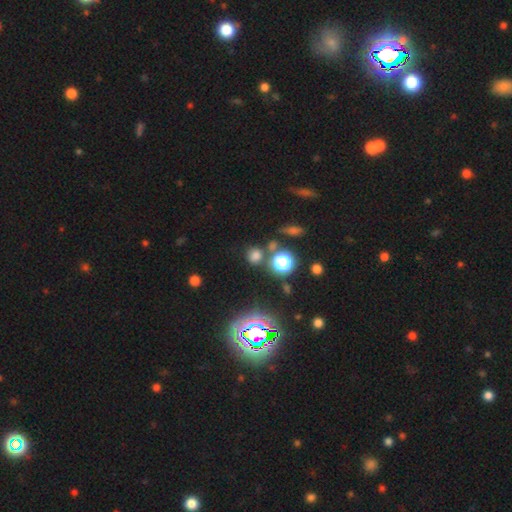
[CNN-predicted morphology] A smooth galaxy with no disk features (66%) that is round (83%).

Vote fractions:
- Smooth or featured? smooth: 66% / star or artifact: 27% / featured or disk: 7%
- How rounded? round: 83% / in between: 15% / cigar-shaped: 2%
- Merging? none: 70% / merger: 15% / minor disturbance: 10% / major disturbance: 5%